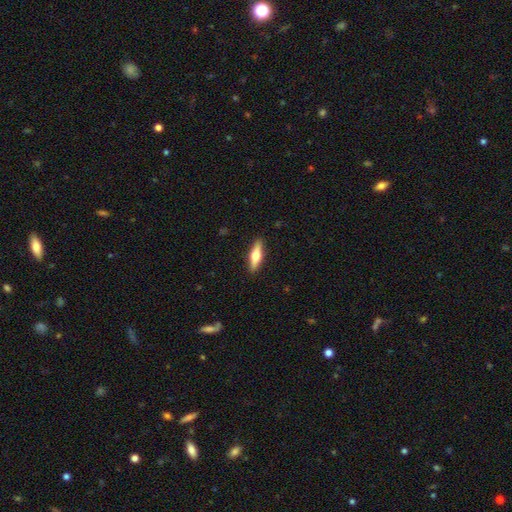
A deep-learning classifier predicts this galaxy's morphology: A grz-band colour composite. It shows a featured or disk galaxy (50%). Merging: none (90%).